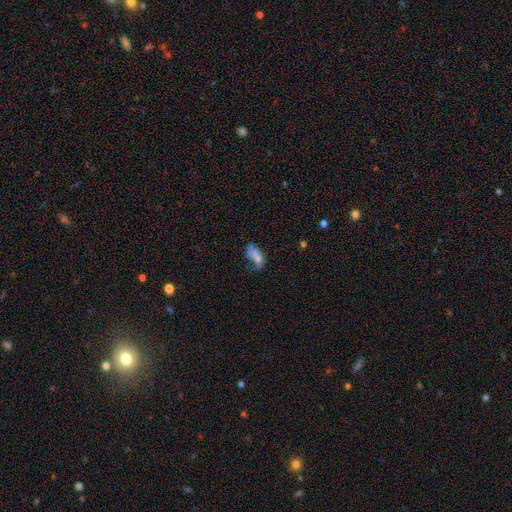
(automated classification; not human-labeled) This is possibly a smooth galaxy (57%). How rounded: clearly in between (88%). Merging: marginally none (28%).